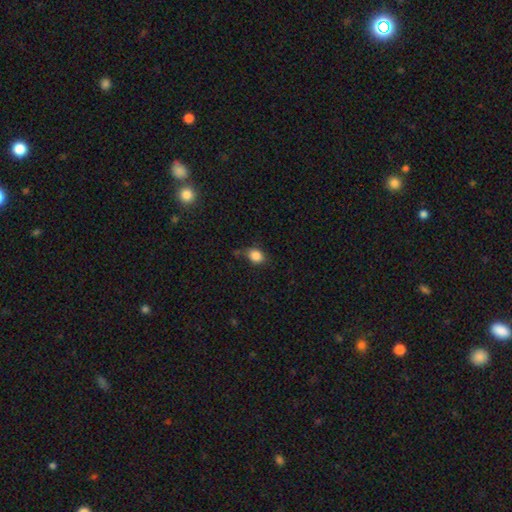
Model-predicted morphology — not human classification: smooth-or-featured: smooth: 85% | star or artifact: 10% | featured or disk: 5%
  how-rounded: in between: 58% | round: 41% | cigar-shaped: 1%
  merging: none: 67% | minor disturbance: 23% | major disturbance: 6% | merger: 3%